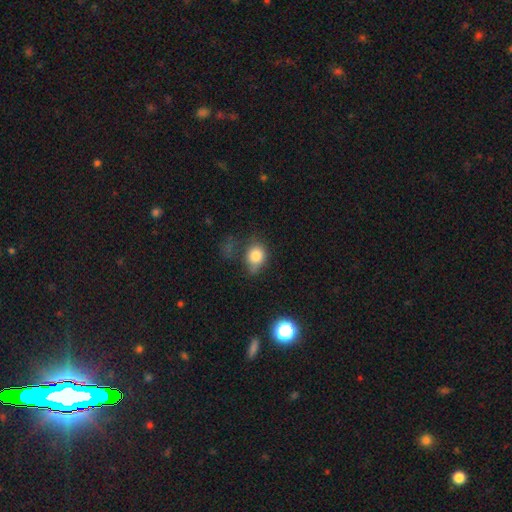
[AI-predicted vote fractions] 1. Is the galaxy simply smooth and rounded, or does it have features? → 79% smooth, 11% star or artifact, 10% featured or disk.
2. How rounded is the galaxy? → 57% round, 42% in between, 1% cigar-shaped.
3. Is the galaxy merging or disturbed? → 45% none, 30% minor disturbance, 19% major disturbance, 6% merger.